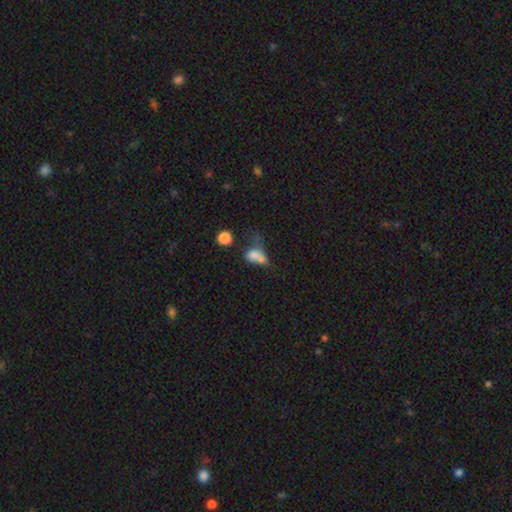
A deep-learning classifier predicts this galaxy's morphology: Smooth or featured?
  - smooth: 67% *
  - featured or disk: 19%
  - star or artifact: 13%
How rounded?
  - in between: 62% *
  - round: 34%
  - cigar-shaped: 4%
Merging?
  - merger: 46% *
  - none: 21%
  - major disturbance: 18%
  - minor disturbance: 15%